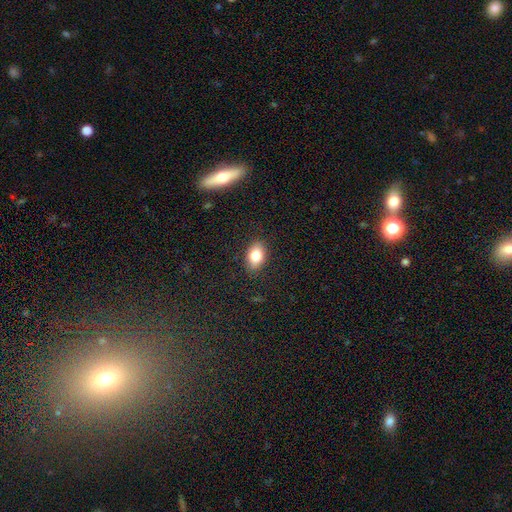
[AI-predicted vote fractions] This is clearly a smooth galaxy (82%). How rounded: clearly in between (87%). Merging: clearly none (87%).